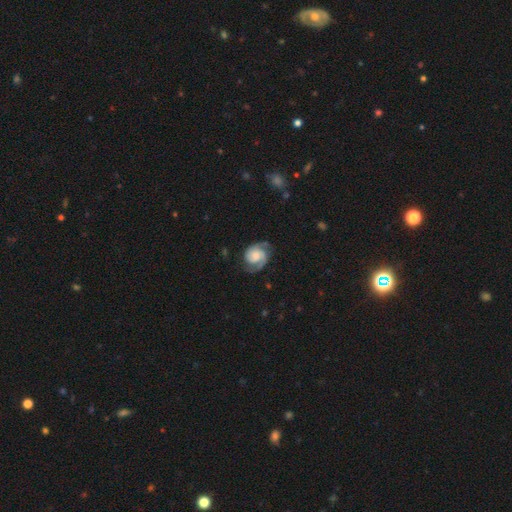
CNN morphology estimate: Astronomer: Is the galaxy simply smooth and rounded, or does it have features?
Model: featured or disk — 80%.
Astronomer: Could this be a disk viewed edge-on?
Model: no — 98%.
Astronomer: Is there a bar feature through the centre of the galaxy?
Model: no — 66%.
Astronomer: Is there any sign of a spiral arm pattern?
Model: yes — 97%.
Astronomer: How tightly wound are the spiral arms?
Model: tight — 46% (runner-up: medium, 42%).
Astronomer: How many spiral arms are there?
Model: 2 — 79%.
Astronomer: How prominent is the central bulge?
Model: small — 31% (runner-up: moderate, 28%).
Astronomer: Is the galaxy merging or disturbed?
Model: none — 68%.